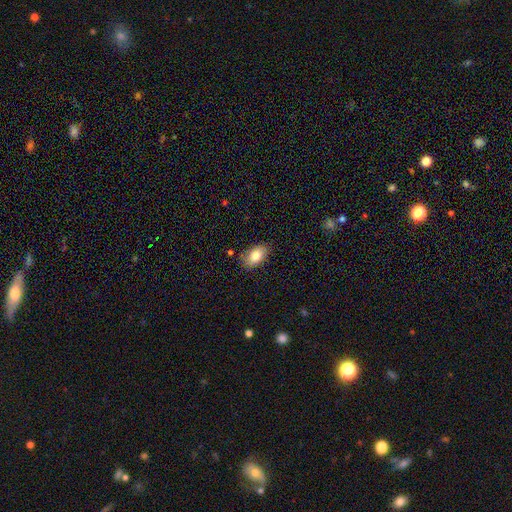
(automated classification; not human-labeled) Morphology: type=smooth (82%); roundness=in between (91%); merging=none (81%).